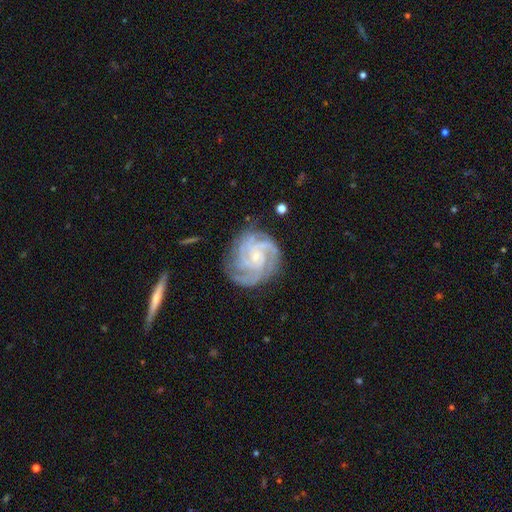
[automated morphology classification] type=featured or disk (89%); edge-on=no (98%); bar=no (69%); spiral arms=yes (98%); winding=tight (68%); arm count=3 (35%); bulge=small (74%); merging=none (77%).